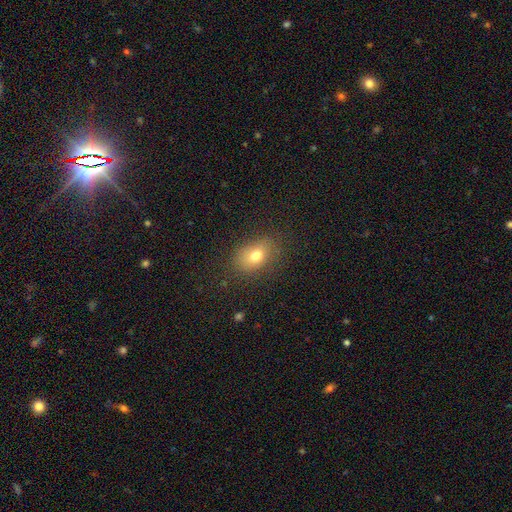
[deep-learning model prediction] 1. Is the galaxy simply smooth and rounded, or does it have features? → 76% smooth, 12% featured or disk, 12% star or artifact.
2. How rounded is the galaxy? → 73% in between, 25% round, 1% cigar-shaped.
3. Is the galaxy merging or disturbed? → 75% none, 16% minor disturbance, 6% major disturbance, 2% merger.